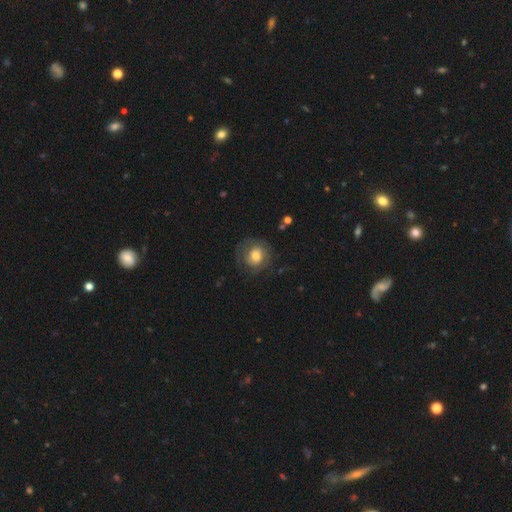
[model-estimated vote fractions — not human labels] smooth-or-featured: smooth: 50% | featured or disk: 43% | star or artifact: 8%
  merging: none: 69% | minor disturbance: 17% | major disturbance: 12% | merger: 1%